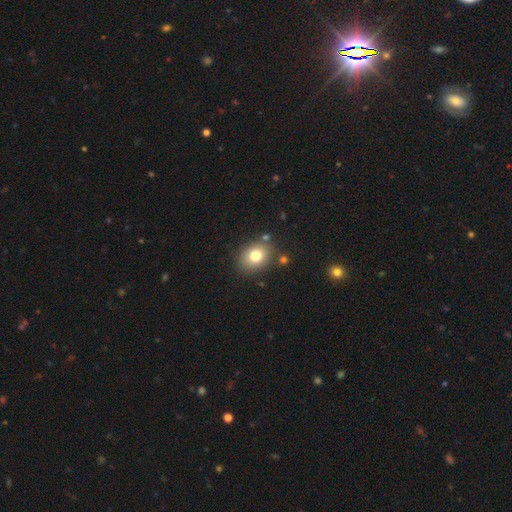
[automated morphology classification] type=smooth (77%); roundness=in between (51%); merging=none (80%).